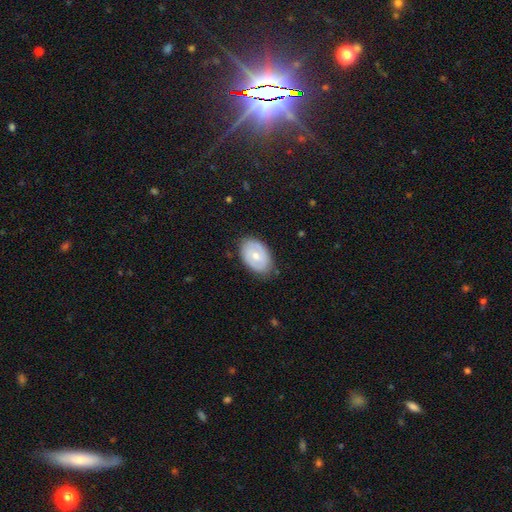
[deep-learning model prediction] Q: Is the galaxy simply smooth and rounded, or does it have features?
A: smooth — 50%.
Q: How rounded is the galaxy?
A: in between — 85%.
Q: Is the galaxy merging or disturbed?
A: none — 79%.